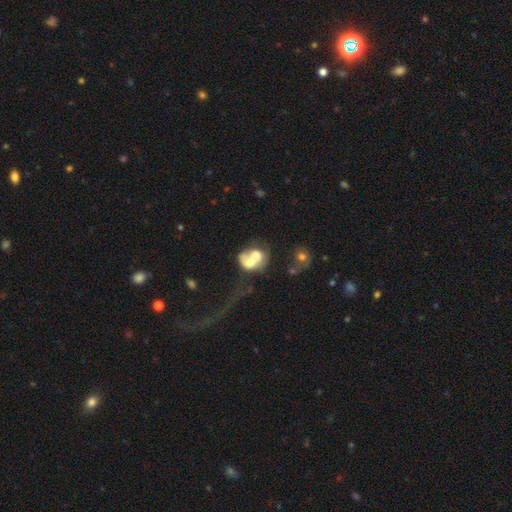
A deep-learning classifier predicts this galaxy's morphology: Smooth or featured: smooth — 51% (featured or disk — 40%)
How rounded: in between — 54% (round — 45%)
Merging: merger — 62% (major disturbance — 15%)